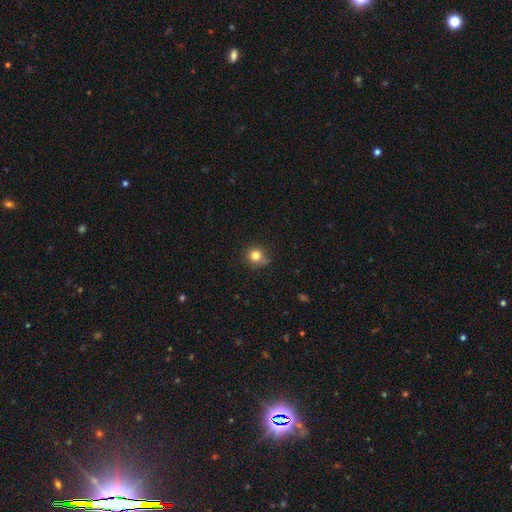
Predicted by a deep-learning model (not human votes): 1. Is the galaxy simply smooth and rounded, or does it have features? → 80% smooth, 13% star or artifact, 8% featured or disk.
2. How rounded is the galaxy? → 91% round, 8% in between, 1% cigar-shaped.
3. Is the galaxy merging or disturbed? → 71% none, 17% minor disturbance, 8% merger, 4% major disturbance.